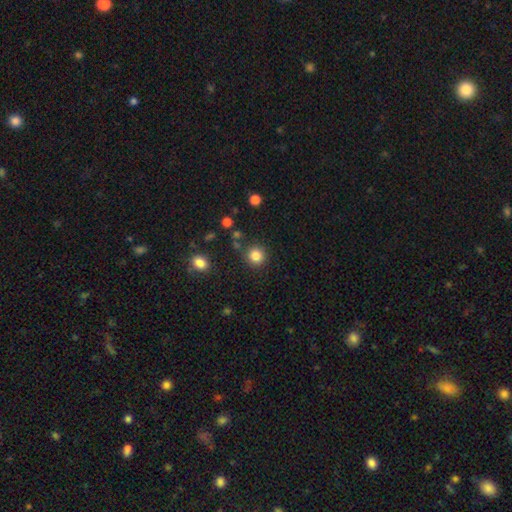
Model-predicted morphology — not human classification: This appears to be a smooth galaxy with no disk features (84%) that is round (92%). Merging: none (86%).